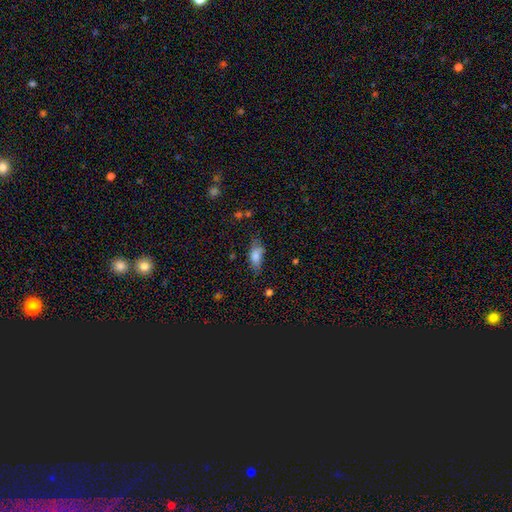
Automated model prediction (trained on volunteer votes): The model was most divided on "merging": none: 62%, minor disturbance: 27%, major disturbance: 8%, merger: 3%. More confident: how rounded — in between (82%); smooth or featured — smooth (79%).